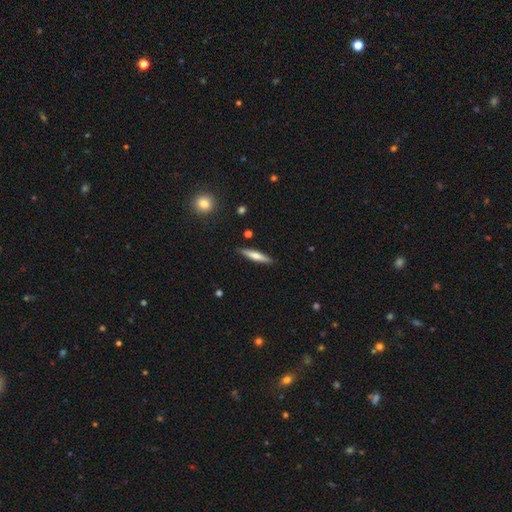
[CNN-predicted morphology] Smooth or featured: smooth — 62% (featured or disk — 32%)
How rounded: cigar-shaped — 89% (in between — 9%)
Merging: none — 89% (minor disturbance — 8%)